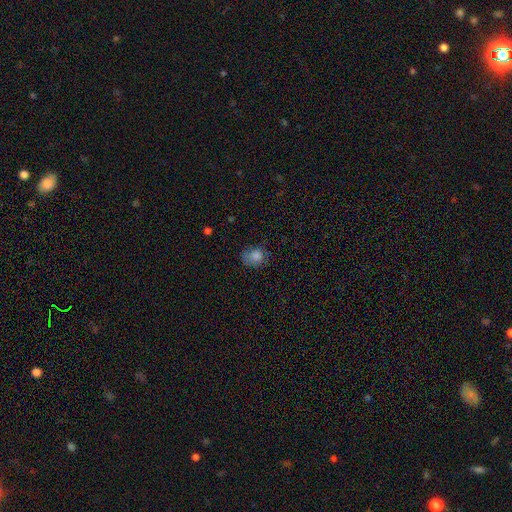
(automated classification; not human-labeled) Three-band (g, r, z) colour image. It shows a smooth galaxy with no disk features (76%) that is round (70%). Merging: none (71%).